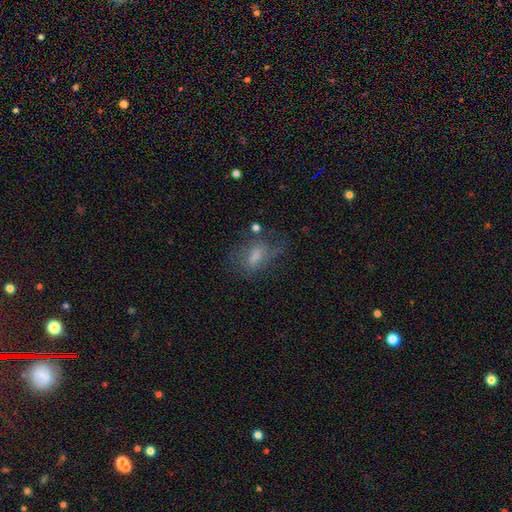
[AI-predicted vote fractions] smooth 55%, featured or disk 33%, star or artifact 13%. Down the decision tree: how rounded — in between (80%); merging — none (47%).